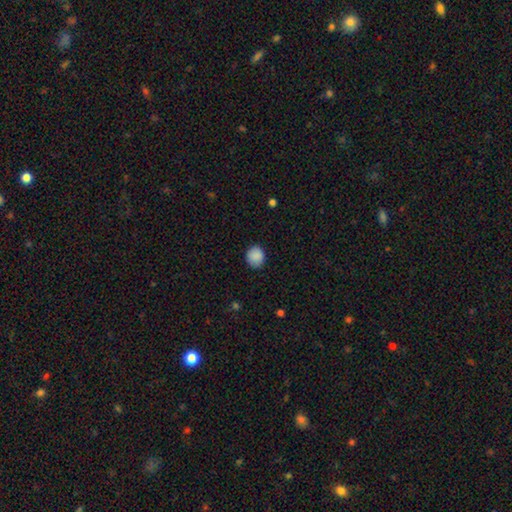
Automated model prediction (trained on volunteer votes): smooth_or_featured: smooth (p=0.89) [alt: star or artifact p=0.08]
how_rounded: round (p=0.84) [alt: in between p=0.16]
merging: none (p=0.87) [alt: minor disturbance p=0.09]